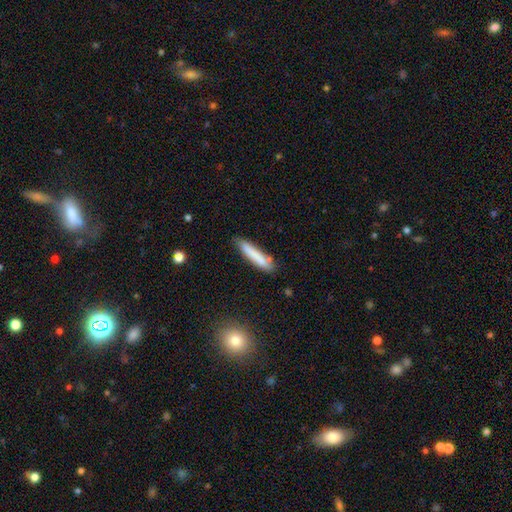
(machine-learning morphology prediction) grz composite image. It shows a smooth galaxy with no disk features (79%) that is cigar-shaped (88%). Merging: none (76%).